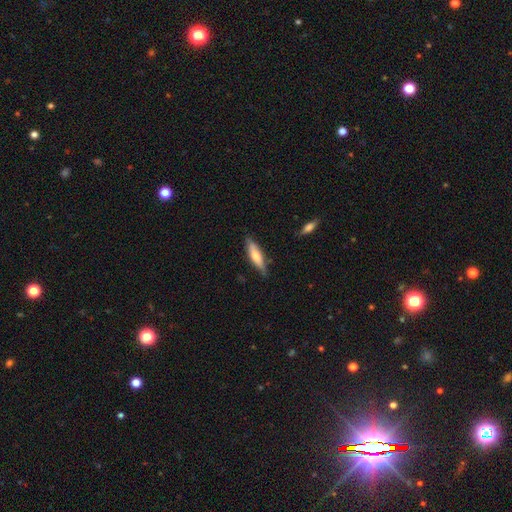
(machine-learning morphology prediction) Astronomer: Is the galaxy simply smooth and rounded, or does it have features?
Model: smooth — 60%.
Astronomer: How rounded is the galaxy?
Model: cigar-shaped — 69%.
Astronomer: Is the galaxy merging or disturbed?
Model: none — 79%.